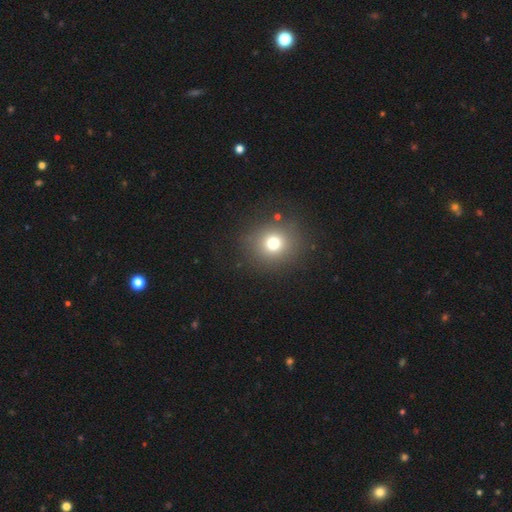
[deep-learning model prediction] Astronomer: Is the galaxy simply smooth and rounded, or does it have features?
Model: smooth — 62%.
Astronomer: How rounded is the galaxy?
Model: round — 89%.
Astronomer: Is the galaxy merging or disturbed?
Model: none — 91%.